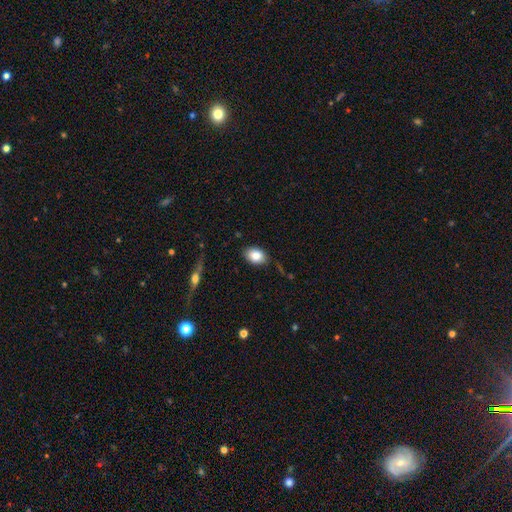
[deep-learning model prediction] Q: Smooth or featured?
A: smooth (83%); runner-up: featured or disk (9%)
Q: How rounded?
A: in between (82%); runner-up: round (17%)
Q: Merging?
A: none (82%); runner-up: minor disturbance (13%)